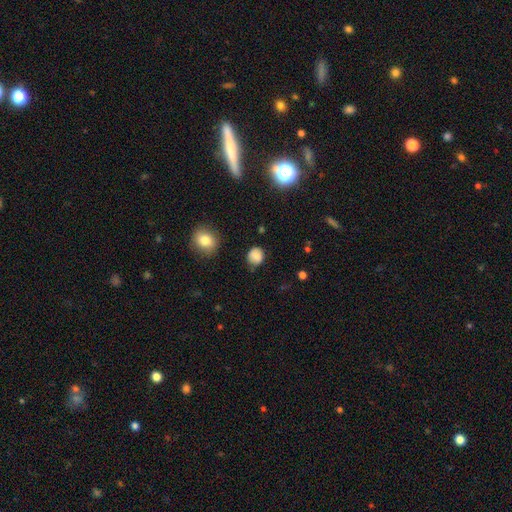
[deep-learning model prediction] Smooth or featured: smooth — 82% (star or artifact — 11%)
How rounded: round — 80% (in between — 19%)
Merging: none — 78% (minor disturbance — 16%)